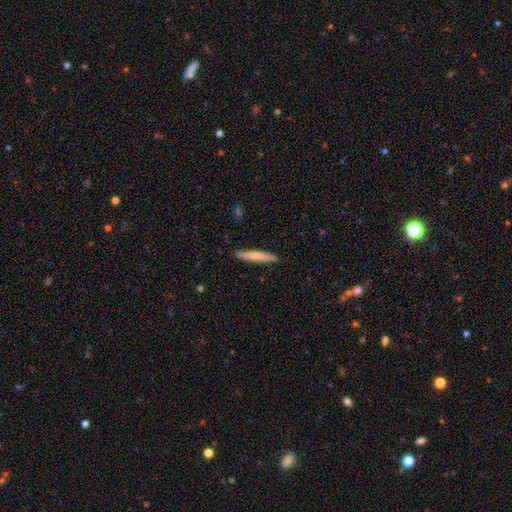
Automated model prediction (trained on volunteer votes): The model was most divided on "smooth or featured": smooth: 71%, featured or disk: 24%, star or artifact: 5%. More confident: how rounded — cigar-shaped (94%); merging — none (90%).